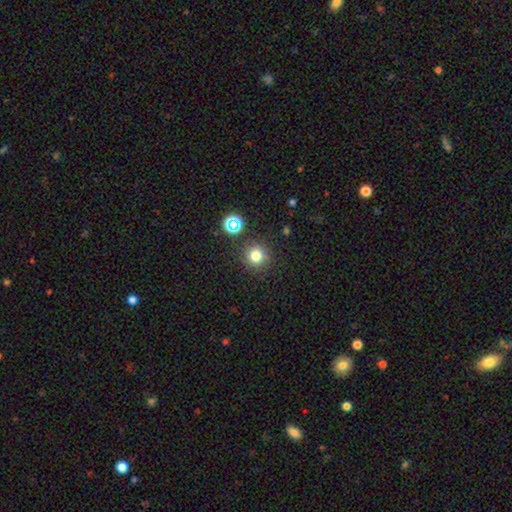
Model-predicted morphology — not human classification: smooth 76%, star or artifact 17%, featured or disk 7%. Down the decision tree: how rounded — round (93%); merging — none (86%).